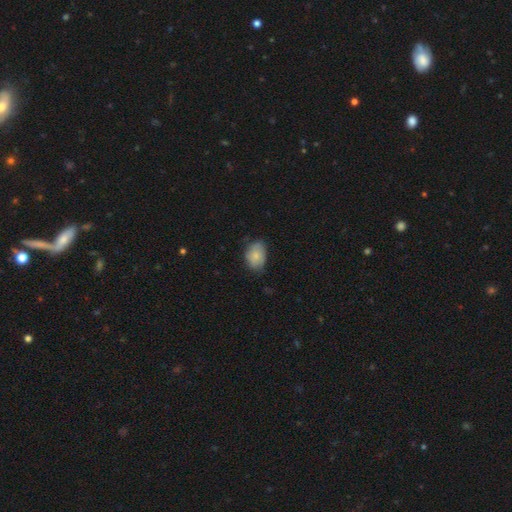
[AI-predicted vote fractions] Overall: smooth (78%). How rounded: in between (79%). Merging: none (62%; minor disturbance 31%).